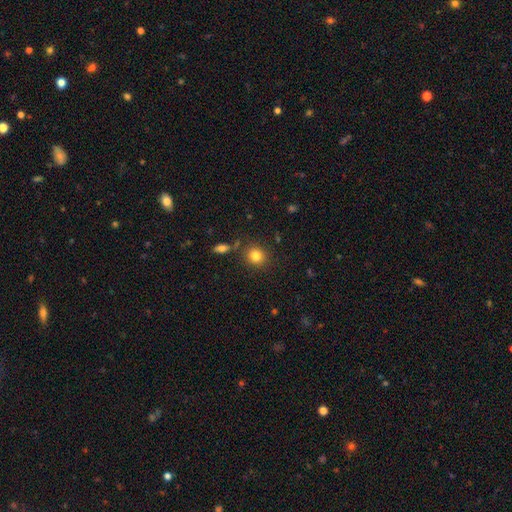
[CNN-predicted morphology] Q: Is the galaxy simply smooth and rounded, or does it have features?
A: smooth — 82%.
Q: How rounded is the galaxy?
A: round — 85%.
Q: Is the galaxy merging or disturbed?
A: none — 84%.